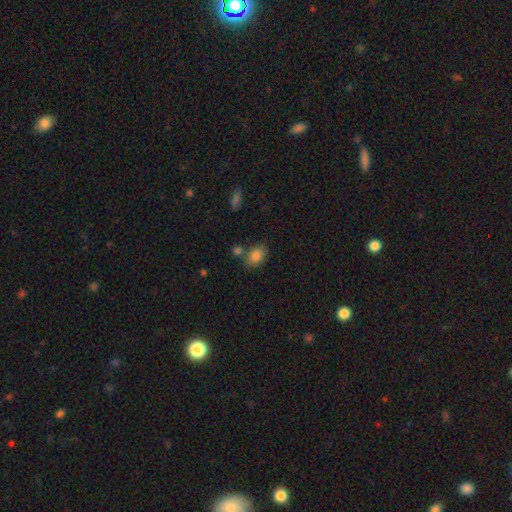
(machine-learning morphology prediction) The model was most divided on "merging": none: 64%, minor disturbance: 16%, merger: 16%, major disturbance: 4%. More confident: smooth or featured — smooth (85%); how rounded — in between (83%).